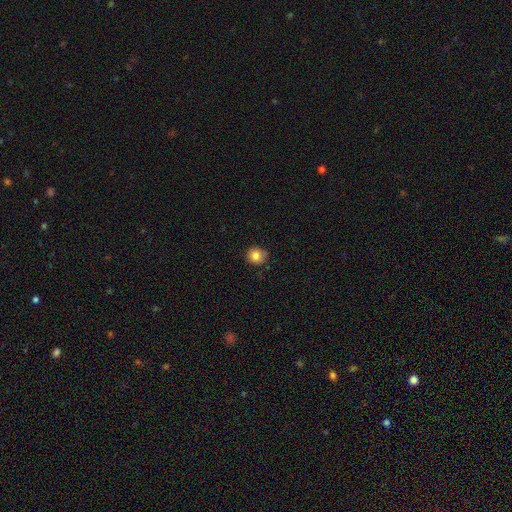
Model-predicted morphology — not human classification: A smooth galaxy with no disk features (82%) that is round (86%).

Vote fractions:
- Smooth or featured? smooth: 82% / star or artifact: 10% / featured or disk: 8%
- How rounded? round: 86% / in between: 13% / cigar-shaped: 1%
- Merging? none: 82% / minor disturbance: 15% / major disturbance: 2% / merger: 1%